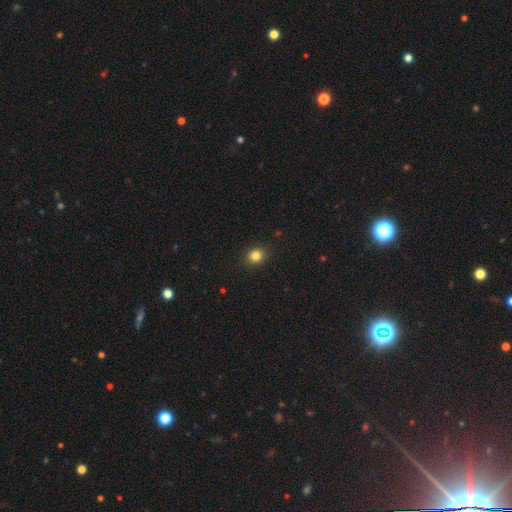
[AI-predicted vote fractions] This is clearly a smooth galaxy (83%). How rounded: likely round (72%). Merging: clearly none (90%).